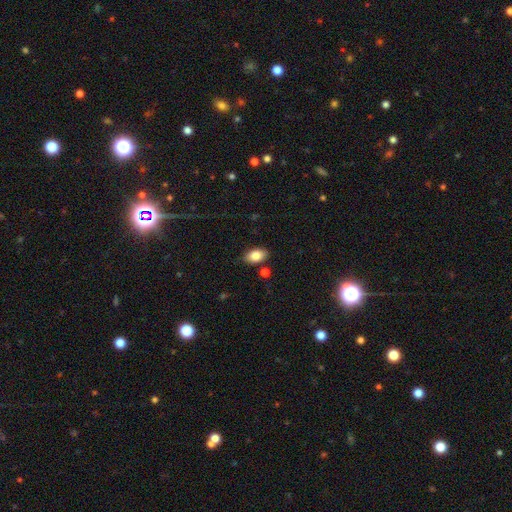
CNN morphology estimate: smooth-or-featured: smooth: 84% | featured or disk: 9% | star or artifact: 7%
  how-rounded: in between: 91% | round: 8% | cigar-shaped: 2%
  merging: none: 82% | minor disturbance: 11% | merger: 4% | major disturbance: 2%